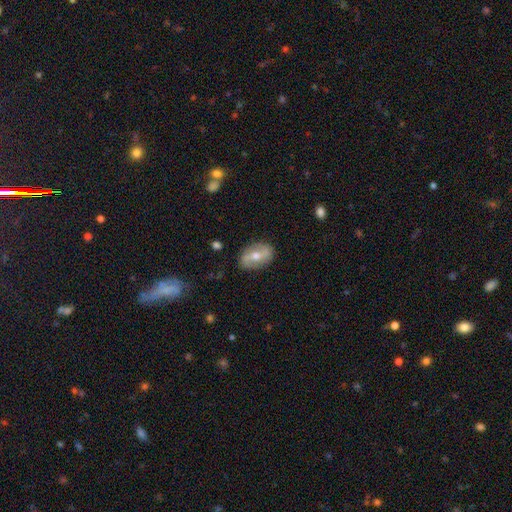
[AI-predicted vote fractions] This is likely a featured or disk galaxy (61%). It is clearly not viewed edge-on (92%). Bar: marginally weak (35%). Spiral arm pattern: likely yes (68%). Central bulge: likely moderate (67%). Merging: clearly none (84%).